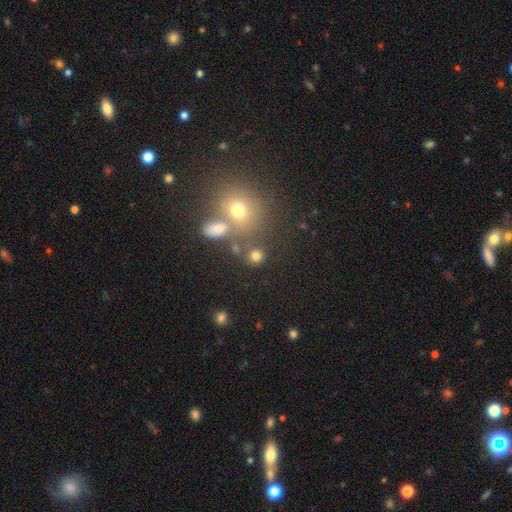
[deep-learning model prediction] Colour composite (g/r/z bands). It shows a smooth galaxy with no disk features (76%) that is round (81%). Merging: none (66%).